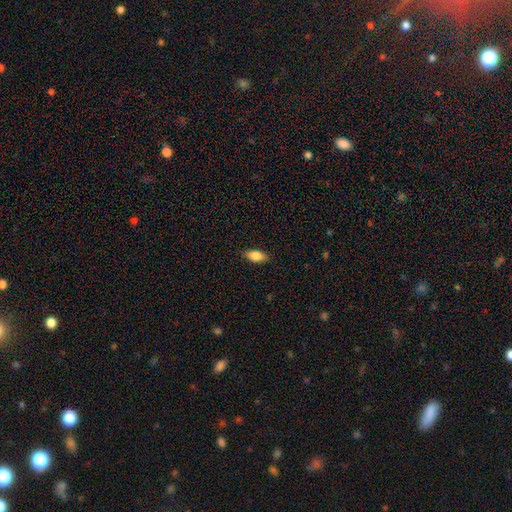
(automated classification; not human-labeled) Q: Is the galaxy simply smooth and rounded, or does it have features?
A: smooth — 81%.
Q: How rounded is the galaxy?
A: in between — 86%.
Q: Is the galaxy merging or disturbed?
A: none — 87%.